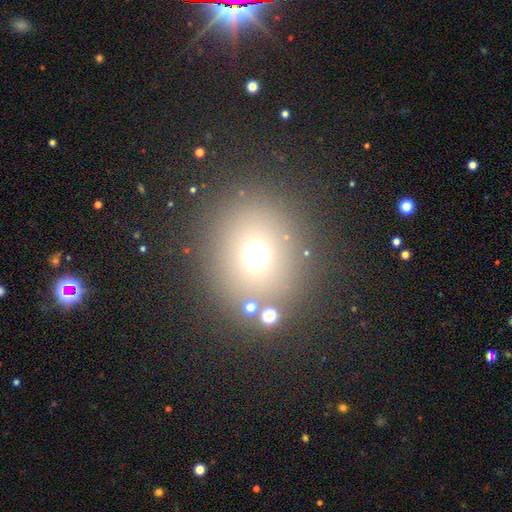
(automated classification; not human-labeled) smooth-or-featured: smooth: 65% | star or artifact: 25% | featured or disk: 10%
  how-rounded: round: 79% | in between: 20% | cigar-shaped: 1%
  merging: none: 79% | minor disturbance: 8% | merger: 7% | major disturbance: 5%